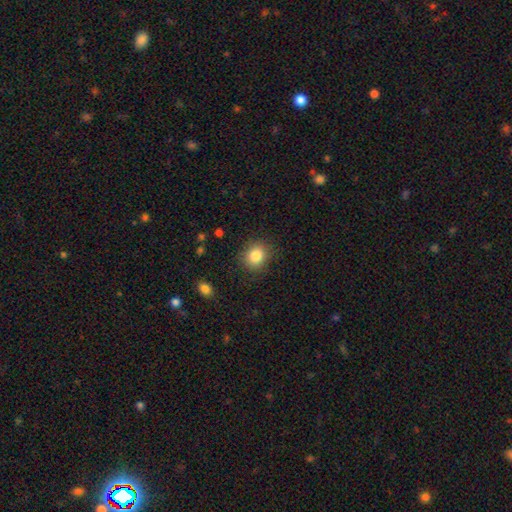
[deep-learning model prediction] The model was most divided on "how rounded": round: 71%, in between: 29%, cigar-shaped: 1%. More confident: merging — none (85%); smooth or featured — smooth (85%).